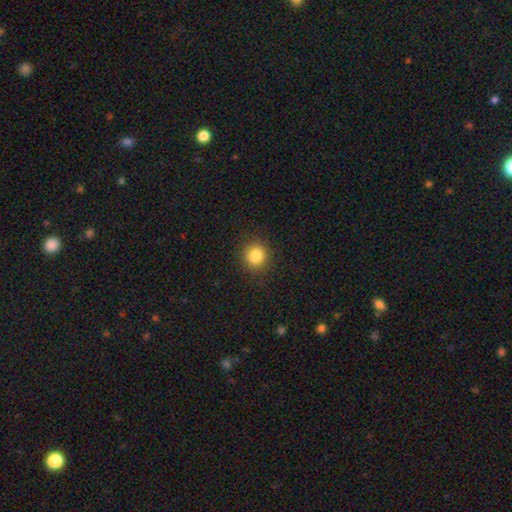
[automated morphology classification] smooth 84%, star or artifact 11%, featured or disk 5%. Down the decision tree: how rounded — round (89%); merging — none (90%).